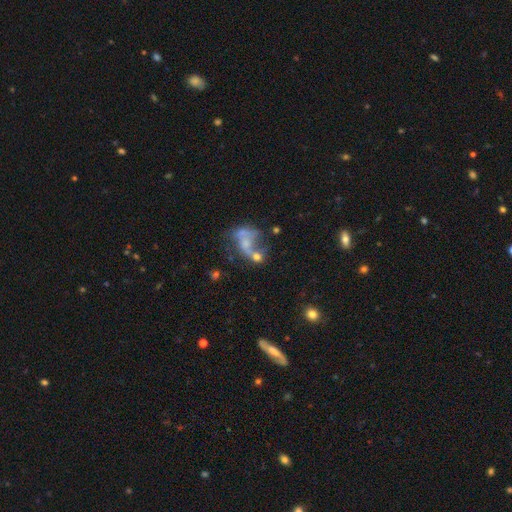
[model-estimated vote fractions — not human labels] Morphology: type=featured or disk (53%); edge-on=no (96%); bar=no (83%); spiral arms=no (73%); bulge=none (51%); merging=merger (36%).